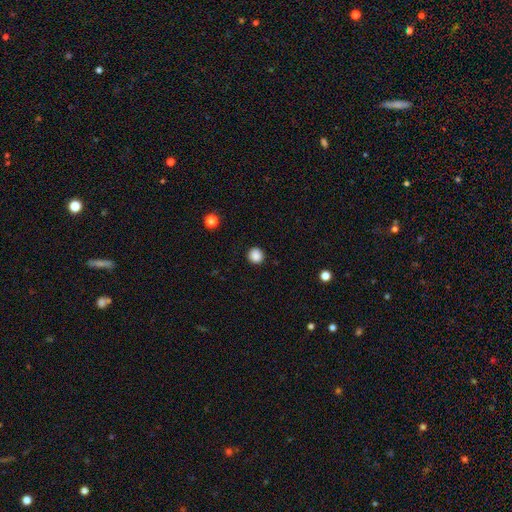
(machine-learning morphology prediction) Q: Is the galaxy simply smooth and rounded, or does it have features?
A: smooth — 87%.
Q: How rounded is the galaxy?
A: round — 94%.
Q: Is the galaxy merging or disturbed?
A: none — 92%.